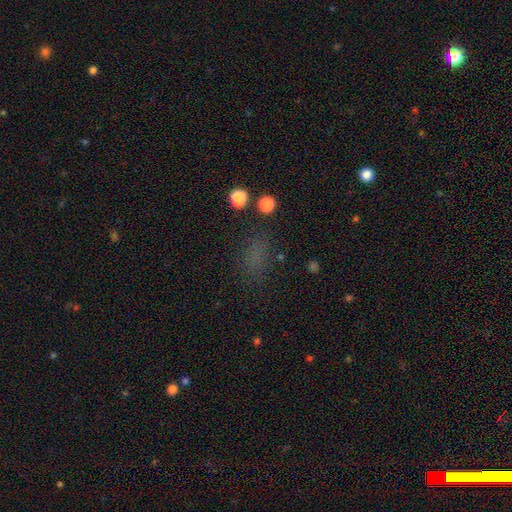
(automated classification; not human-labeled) smooth-or-featured: smooth: 63% | star or artifact: 29% | featured or disk: 8%
  how-rounded: in between: 73% | round: 20% | cigar-shaped: 8%
  merging: none: 74% | minor disturbance: 14% | major disturbance: 9% | merger: 4%